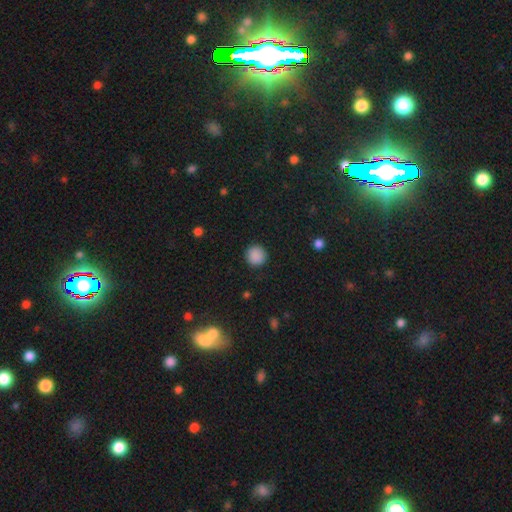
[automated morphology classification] smooth-or-featured: smooth: 89% | star or artifact: 9% | featured or disk: 3%
  how-rounded: round: 94% | in between: 5% | cigar-shaped: 1%
  merging: none: 91% | minor disturbance: 6% | major disturbance: 2% | merger: 1%